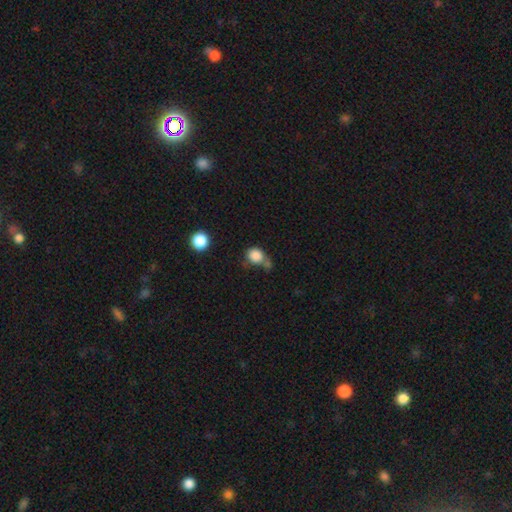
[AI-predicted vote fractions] A smooth galaxy with no disk features (84%) that is round (74%). Merging: none (41%).